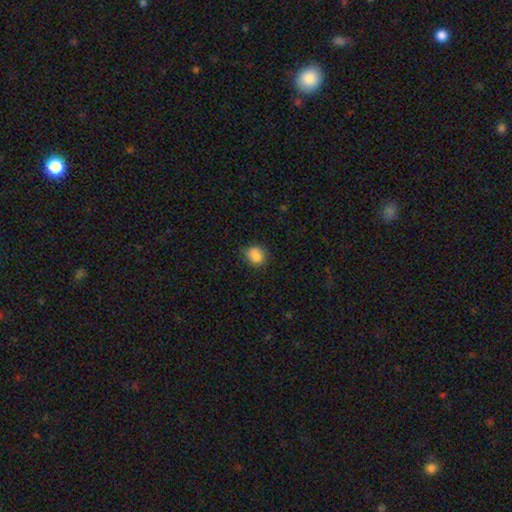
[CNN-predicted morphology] A smooth galaxy with no disk features (82%) that is round (69%). Merging: none (69%).